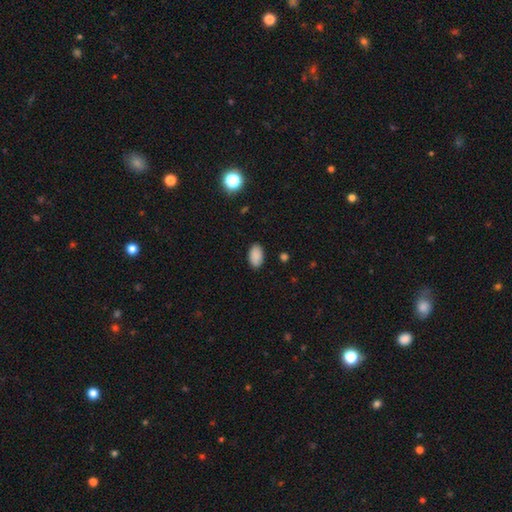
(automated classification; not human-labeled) smooth-or-featured: smooth: 89% | star or artifact: 8% | featured or disk: 3%
  how-rounded: in between: 93% | round: 5% | cigar-shaped: 1%
  merging: none: 88% | minor disturbance: 9% | major disturbance: 2% | merger: 1%